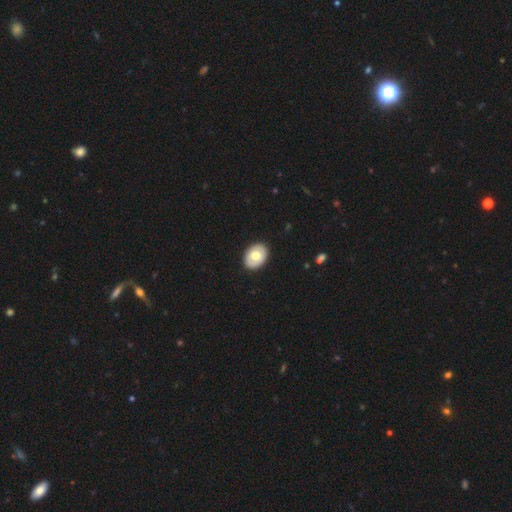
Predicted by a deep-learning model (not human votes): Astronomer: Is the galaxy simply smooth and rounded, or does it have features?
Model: smooth — 65%.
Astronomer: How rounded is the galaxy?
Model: in between — 72%.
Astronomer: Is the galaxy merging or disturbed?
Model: none — 89%.